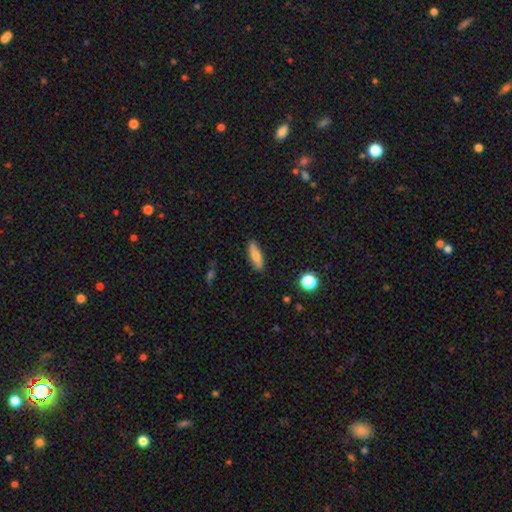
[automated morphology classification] smooth-or-featured: smooth: 68% | featured or disk: 25% | star or artifact: 8%
  how-rounded: cigar-shaped: 53% | in between: 44% | round: 3%
  merging: none: 85% | minor disturbance: 11% | major disturbance: 2% | merger: 1%